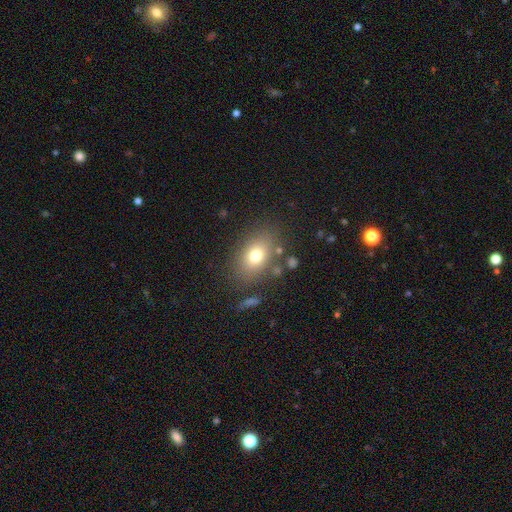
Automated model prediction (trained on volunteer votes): The model was most divided on "how rounded": in between: 77%, round: 22%, cigar-shaped: 2%. More confident: merging — none (79%); smooth or featured — smooth (74%).